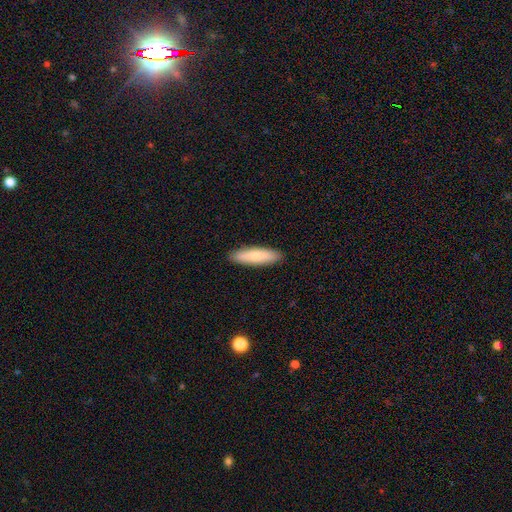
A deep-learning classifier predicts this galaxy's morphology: Smooth or featured? smooth (82%)
How rounded? cigar-shaped (71%)
Merging? none (90%)